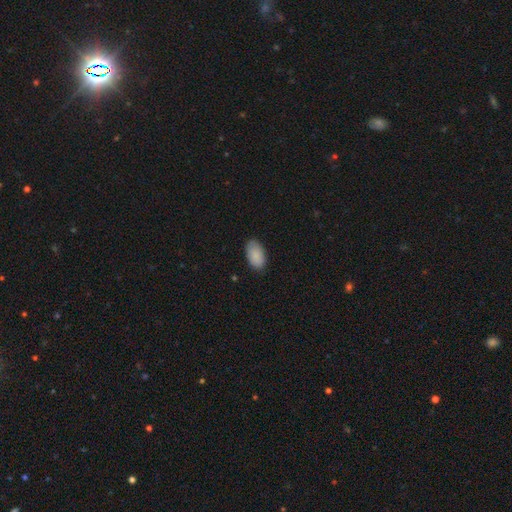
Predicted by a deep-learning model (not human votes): Smooth or featured?
  - smooth: 88% *
  - star or artifact: 6%
  - featured or disk: 5%
How rounded?
  - in between: 95% *
  - round: 3%
  - cigar-shaped: 2%
Merging?
  - none: 82% *
  - minor disturbance: 14%
  - major disturbance: 2%
  - merger: 1%